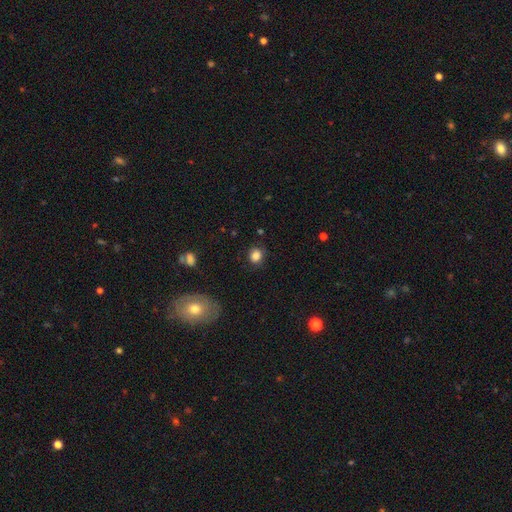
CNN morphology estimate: Smooth or featured? smooth (84%)
How rounded? round (71%)
Merging? none (78%)